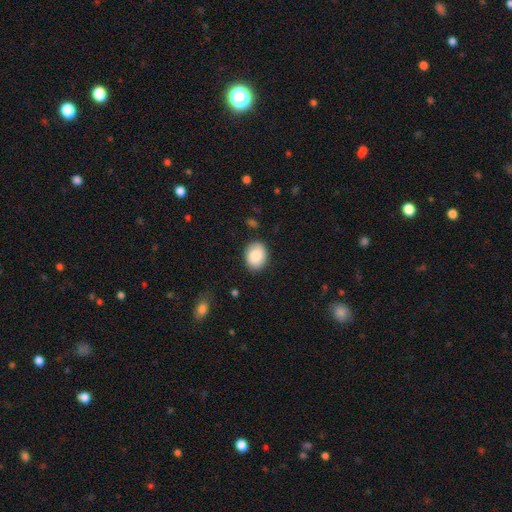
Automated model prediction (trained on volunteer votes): A smooth galaxy with no disk features (84%) that is in between round and cigar-shaped (54%). Merging: none (84%).